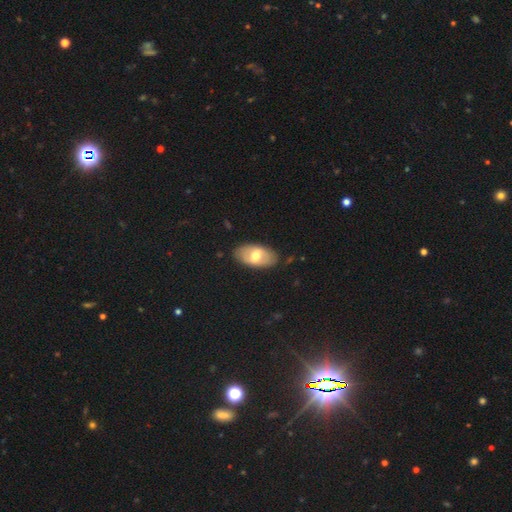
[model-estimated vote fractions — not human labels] Smooth or featured?
  - smooth: 52% *
  - featured or disk: 42%
  - star or artifact: 5%
How rounded?
  - in between: 93% *
  - round: 5%
  - cigar-shaped: 2%
Merging?
  - none: 83% *
  - minor disturbance: 13%
  - major disturbance: 3%
  - merger: 1%